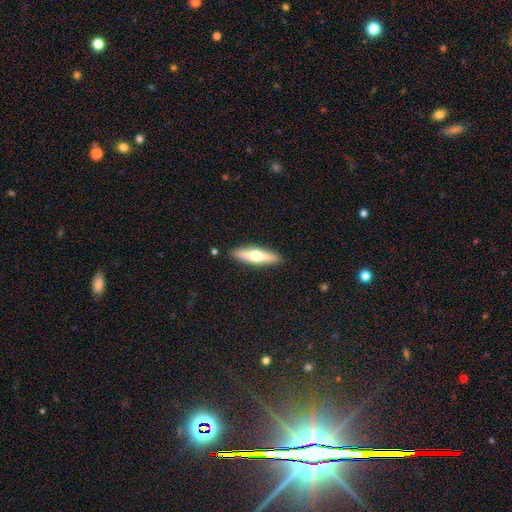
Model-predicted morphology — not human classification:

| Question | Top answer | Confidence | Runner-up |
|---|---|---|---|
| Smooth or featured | smooth | 48% | featured or disk (47%) |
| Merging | none | 89% | minor disturbance (8%) |